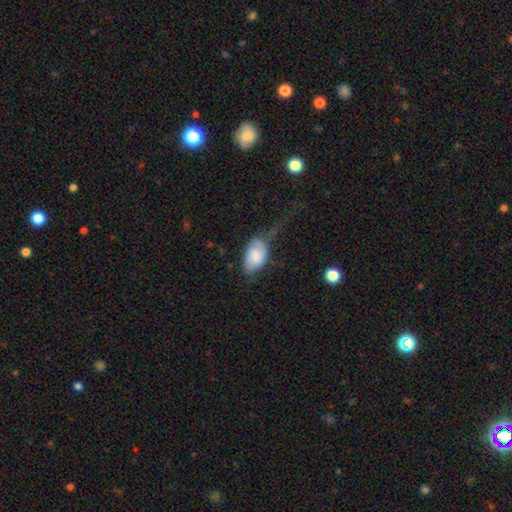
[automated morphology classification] A smooth galaxy with no disk features (69%) that is in between round and cigar-shaped (92%). Merging: major disturbance (34%).